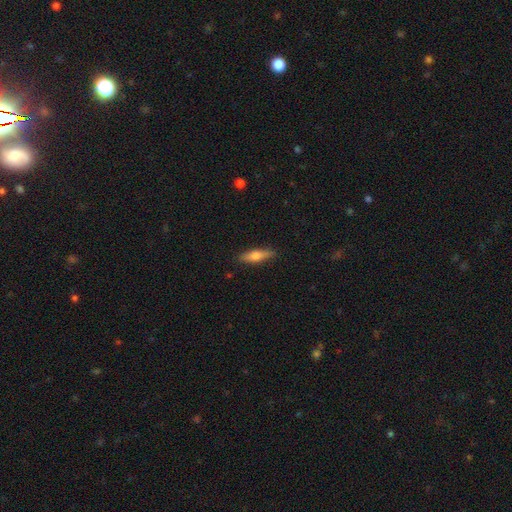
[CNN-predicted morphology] type=smooth (65%); roundness=cigar-shaped (64%); merging=none (86%).